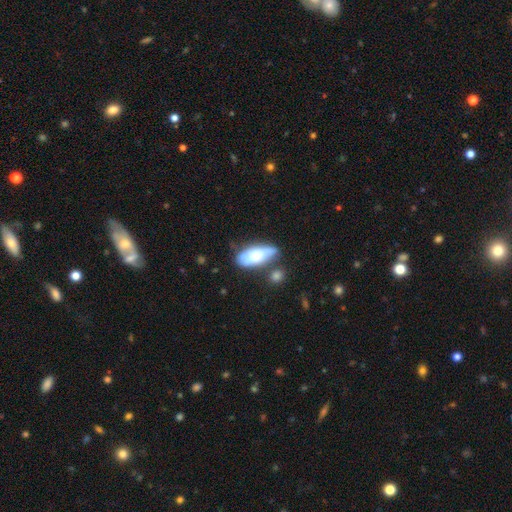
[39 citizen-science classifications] Volunteers were most divided on "merging": none: 47%, minor disturbance: 37%, major disturbance: 8%, merger: 8%. More confident: how rounded — in between (91%); smooth or featured — smooth (56%).